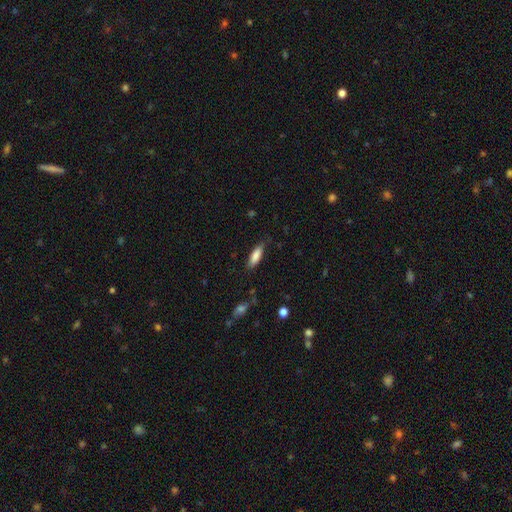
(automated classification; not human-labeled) A smooth galaxy with no disk features (84%) that is in between round and cigar-shaped (60%). Merging: none (80%).